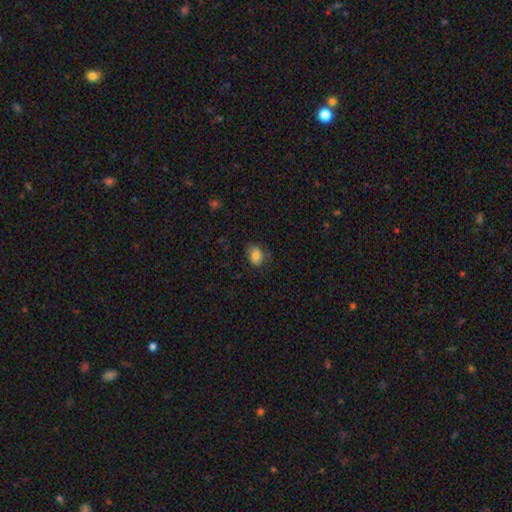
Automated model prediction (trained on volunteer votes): Overall: smooth (82%). How rounded: in between (65%; round 34%). Merging: none (71%).